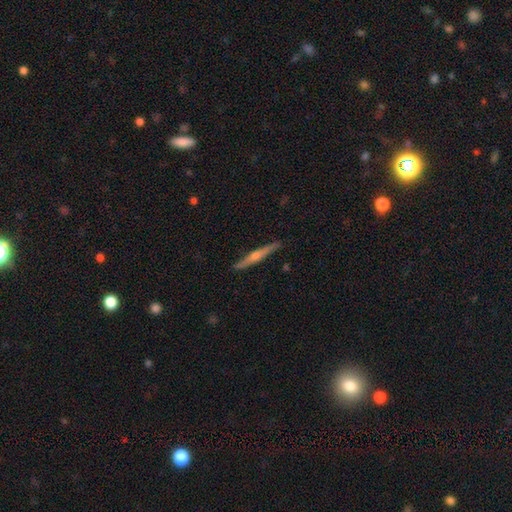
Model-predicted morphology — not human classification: Smooth or featured? featured or disk (71%)
Edge-on disk? yes (97%)
Edge-on bulge? rounded (83%)
Merging? none (89%)